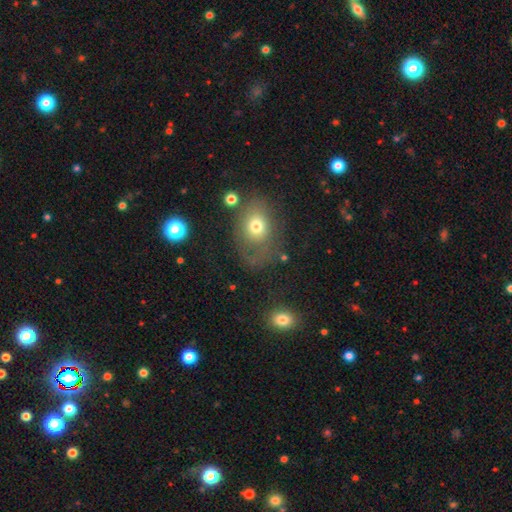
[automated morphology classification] Overall: smooth (57%; featured or disk 26%). How rounded: in between (57%; round 42%). Merging: none (58%; minor disturbance 21%).